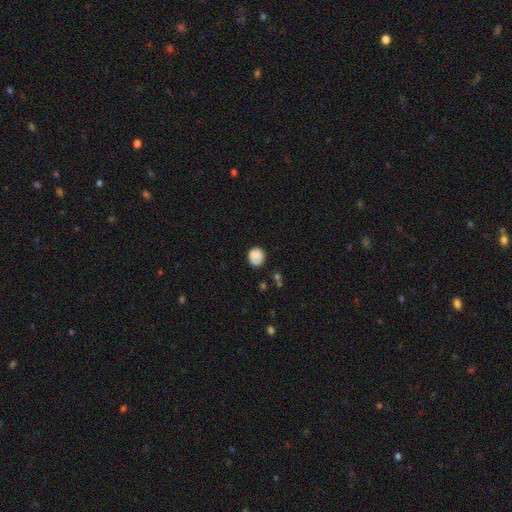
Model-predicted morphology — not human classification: smooth_or_featured: smooth (p=0.83) [alt: featured or disk p=0.08]
how_rounded: round (p=0.74) [alt: in between p=0.25]
merging: none (p=0.76) [alt: minor disturbance p=0.18]